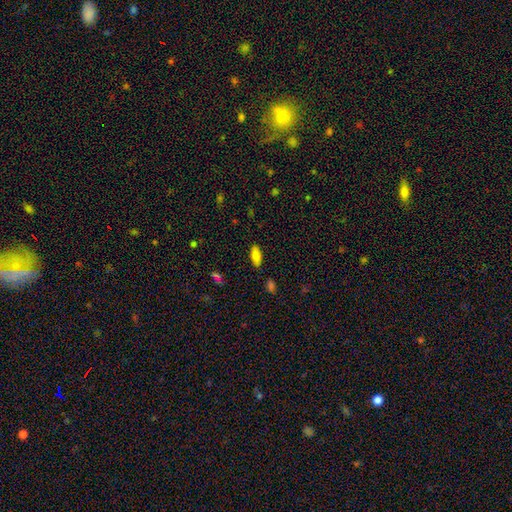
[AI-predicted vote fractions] smooth 78%, featured or disk 14%, star or artifact 8%. Down the decision tree: how rounded — in between (84%); merging — none (85%).